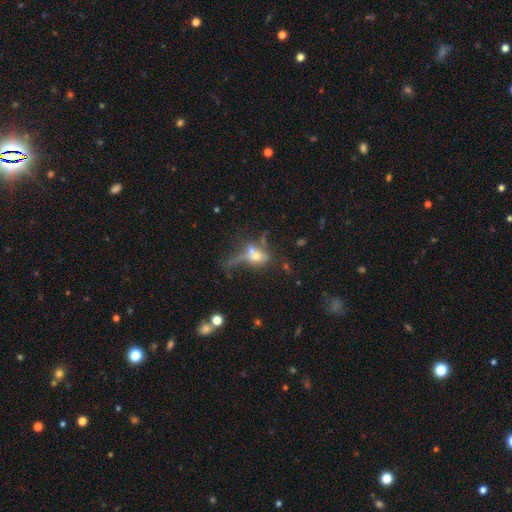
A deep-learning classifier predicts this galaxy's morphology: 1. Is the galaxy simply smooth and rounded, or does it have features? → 46% smooth, 37% featured or disk, 17% star or artifact.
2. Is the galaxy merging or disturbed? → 32% merger, 29% major disturbance, 25% none, 13% minor disturbance.